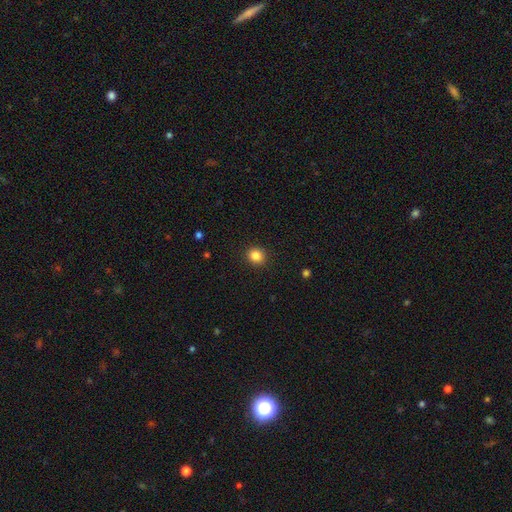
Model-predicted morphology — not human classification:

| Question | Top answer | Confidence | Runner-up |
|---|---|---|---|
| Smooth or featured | smooth | 84% | star or artifact (11%) |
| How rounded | round | 84% | in between (15%) |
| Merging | none | 91% | minor disturbance (6%) |